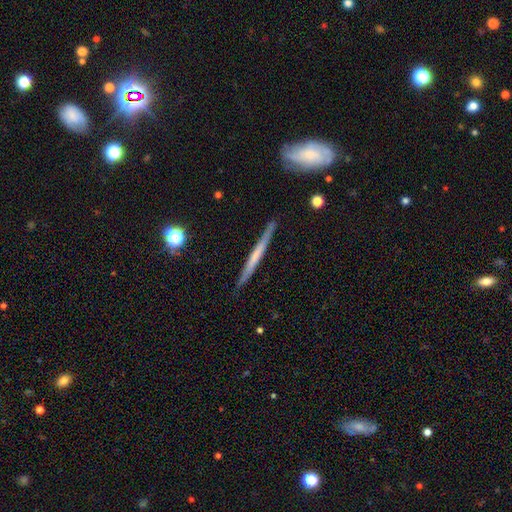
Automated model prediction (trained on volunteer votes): smooth-or-featured: featured or disk: 53% | smooth: 40% | star or artifact: 6%
  disk-edge-on: yes: 95% | no: 5%
    edge-on-bulge: none: 81% | rounded: 11% | boxy: 8%
  merging: none: 87% | minor disturbance: 10% | major disturbance: 2% | merger: 2%